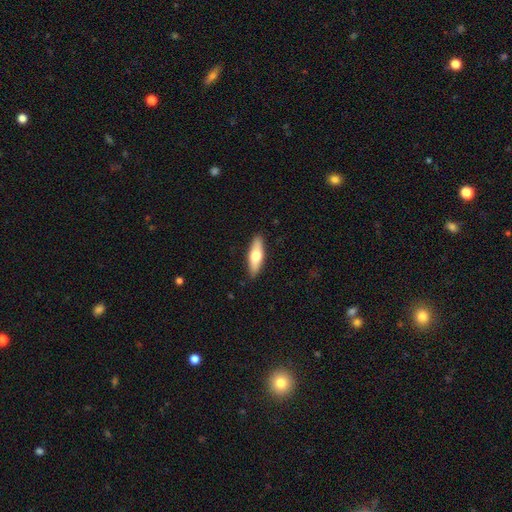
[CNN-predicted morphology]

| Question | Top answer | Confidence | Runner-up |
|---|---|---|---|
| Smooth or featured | smooth | 62% | featured or disk (33%) |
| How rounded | cigar-shaped | 50% | in between (48%) |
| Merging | none | 88% | minor disturbance (9%) |